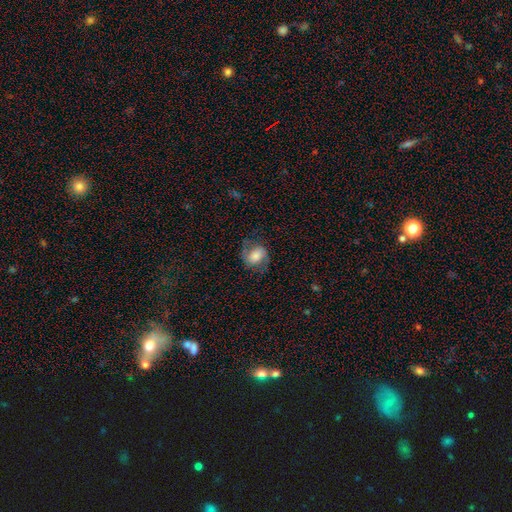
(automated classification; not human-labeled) Smooth or featured? Predicted: featured or disk (p=0.46). Merging? Predicted: none (p=0.65).